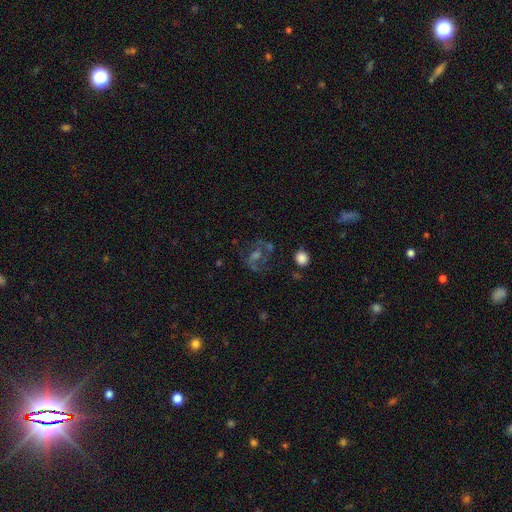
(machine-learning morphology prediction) A featured or disk galaxy (58%) with no bar (52%), spiral arms (73%) and a moderate central bulge (44%). Merging: none (61%).